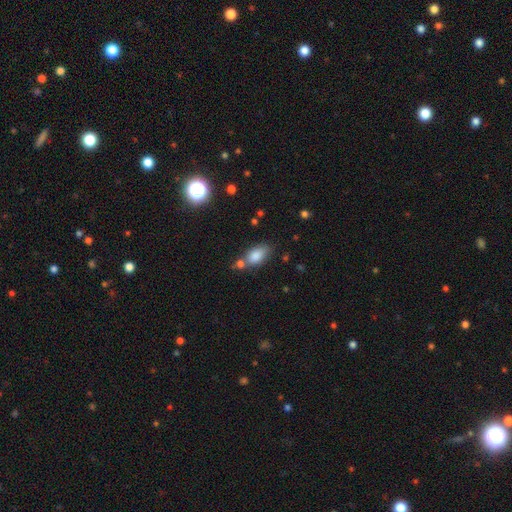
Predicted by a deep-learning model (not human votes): Smooth or featured? smooth (82%)
How rounded? in between (87%)
Merging? none (56%)